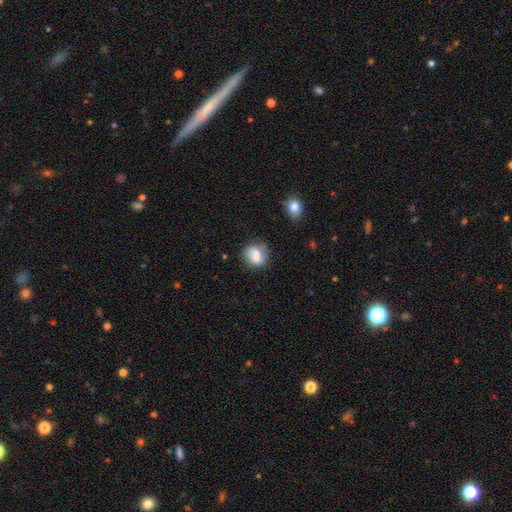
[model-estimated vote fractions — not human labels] The model was most divided on "how rounded": round: 70%, in between: 29%, cigar-shaped: 1%. More confident: smooth or featured — smooth (78%); merging — none (66%).